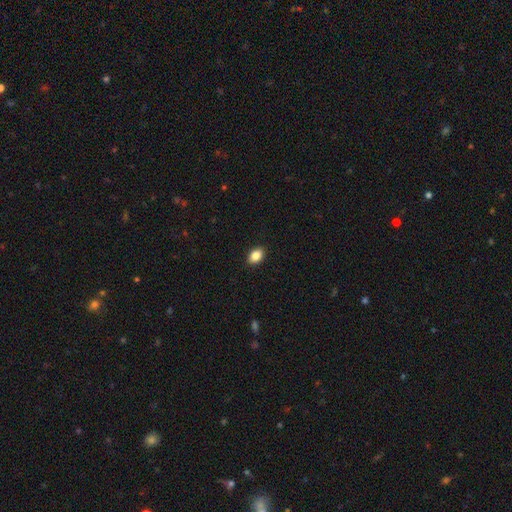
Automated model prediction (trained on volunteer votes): smooth 87%, star or artifact 8%, featured or disk 5%. Down the decision tree: how rounded — in between (84%); merging — none (90%).